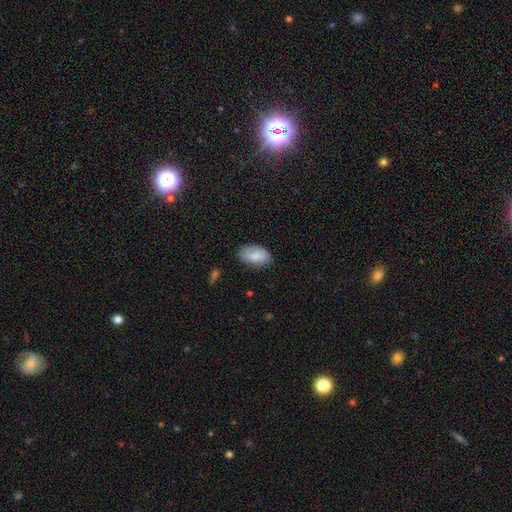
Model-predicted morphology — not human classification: Q: Smooth or featured?
A: smooth (83%); runner-up: featured or disk (11%)
Q: How rounded?
A: in between (94%); runner-up: round (5%)
Q: Merging?
A: none (77%); runner-up: minor disturbance (18%)